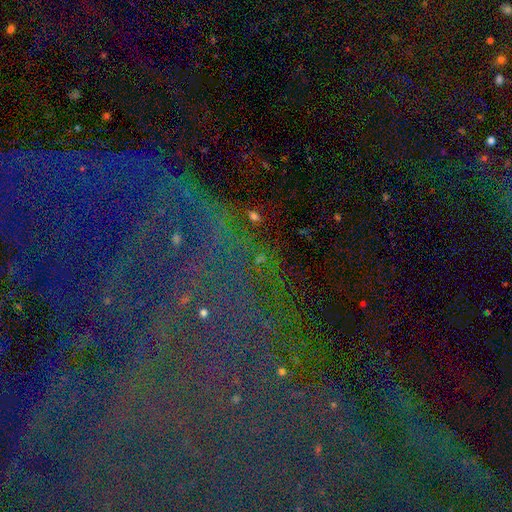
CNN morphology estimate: A star or artifact, not a galaxy (80%).